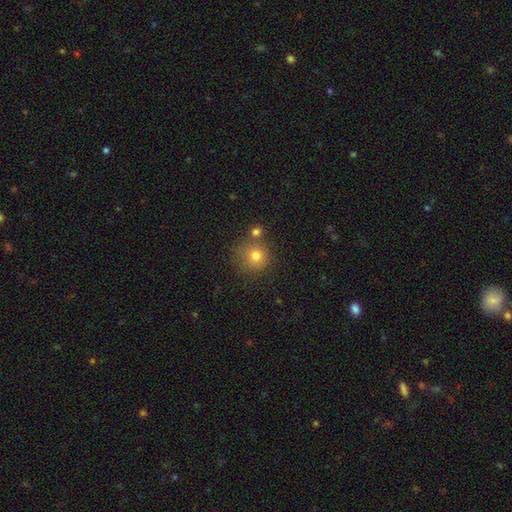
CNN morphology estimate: Smooth or featured: smooth — 77% (star or artifact — 14%)
How rounded: round — 92% (in between — 7%)
Merging: none — 68% (merger — 17%)